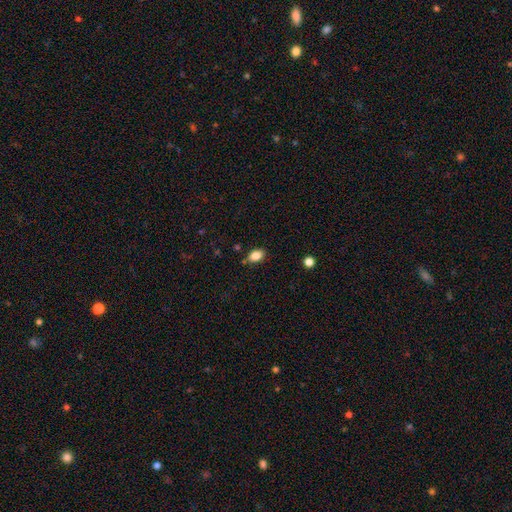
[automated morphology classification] smooth 85%, star or artifact 9%, featured or disk 6%. Down the decision tree: how rounded — in between (83%); merging — none (81%).